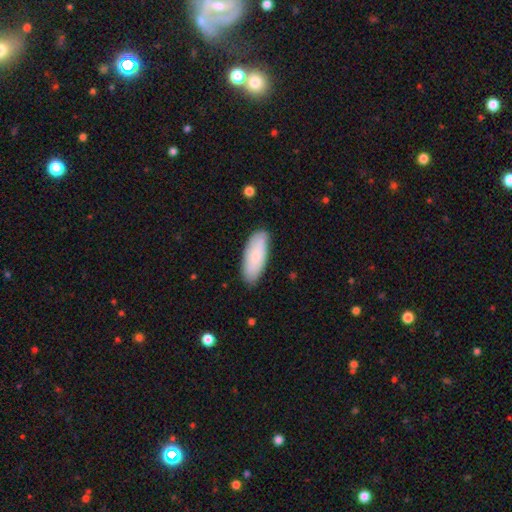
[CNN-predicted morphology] A smooth galaxy with no disk features (81%) that is in between round and cigar-shaped (79%). Merging: none (84%).